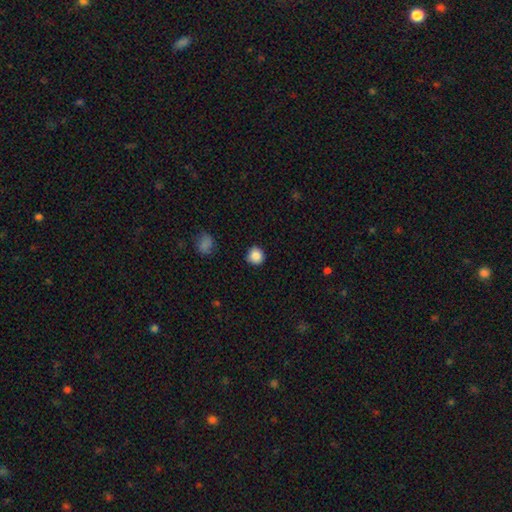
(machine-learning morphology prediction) Smooth or featured? Predicted: smooth (p=0.87). How rounded? Predicted: round (p=0.92). Merging? Predicted: none (p=0.89).